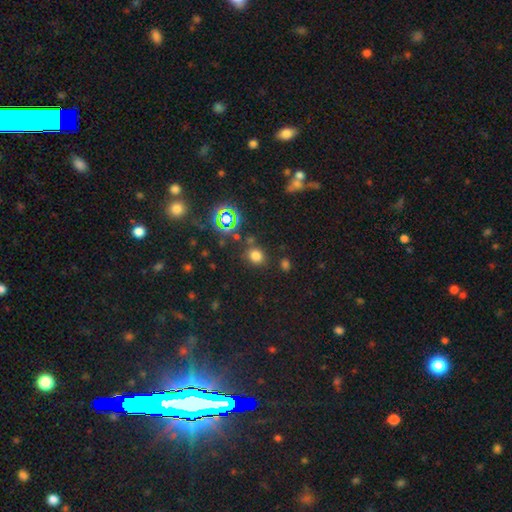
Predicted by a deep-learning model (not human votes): Overall: smooth (72%). How rounded: round (74%). Merging: none (80%).